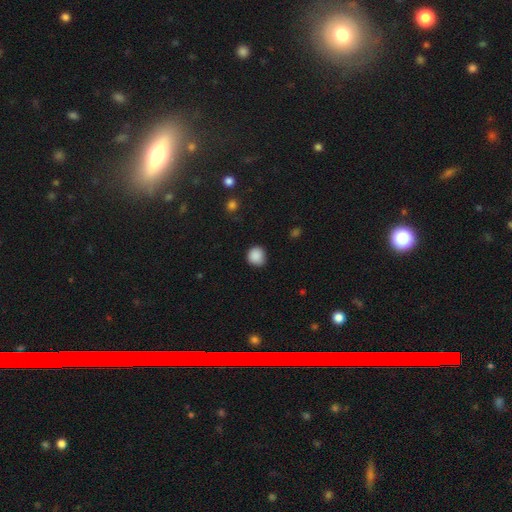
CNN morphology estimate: Smooth or featured? Predicted: smooth (p=0.88). How rounded? Predicted: round (p=0.89). Merging? Predicted: none (p=0.85).